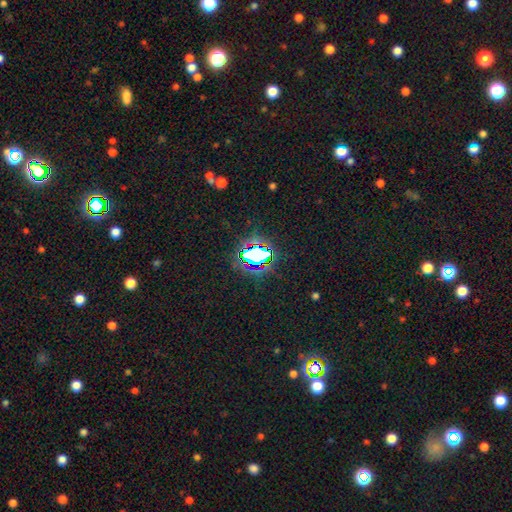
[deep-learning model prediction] Smooth or featured?
  - star or artifact: 61% *
  - smooth: 26%
  - featured or disk: 12%